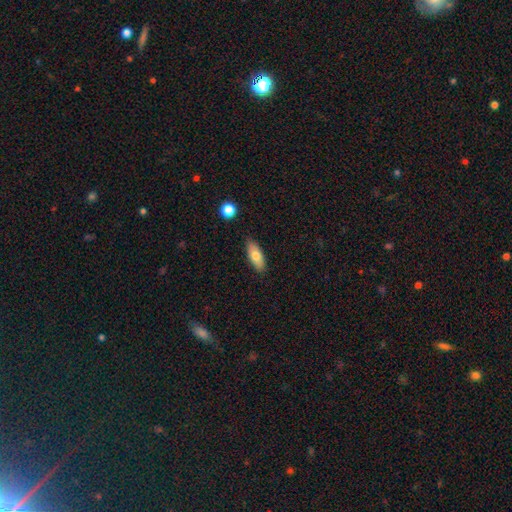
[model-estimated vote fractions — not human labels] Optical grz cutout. It shows a smooth galaxy with no disk features (73%) that is in between round and cigar-shaped (78%). Merging: none (86%).